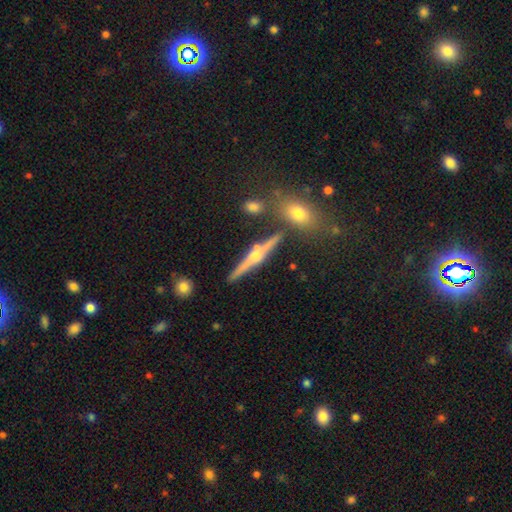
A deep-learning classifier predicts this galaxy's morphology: A featured or disk galaxy (78%) viewed edge-on (97%) with a rounded central bulge (94%).

Vote fractions:
- Smooth or featured? featured or disk: 78% / smooth: 13% / star or artifact: 9%
- Edge-on disk? yes: 97% / no: 3%
- Edge-on bulge? rounded: 94% / boxy: 3% / none: 3%
- Merging? none: 83% / minor disturbance: 8% / merger: 6% / major disturbance: 3%